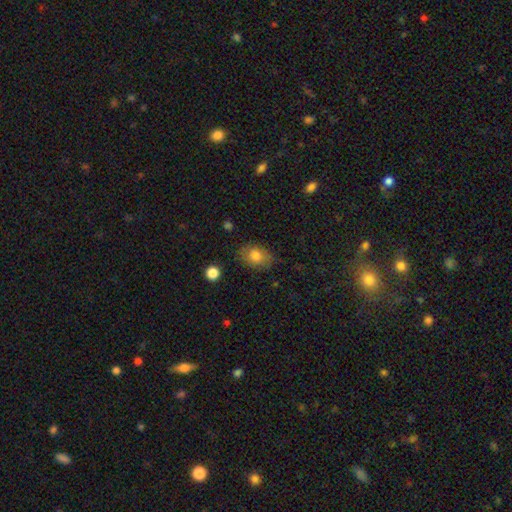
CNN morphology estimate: The model was most divided on "how rounded": in between: 74%, round: 25%, cigar-shaped: 1%. More confident: smooth or featured — smooth (78%); merging — none (74%).